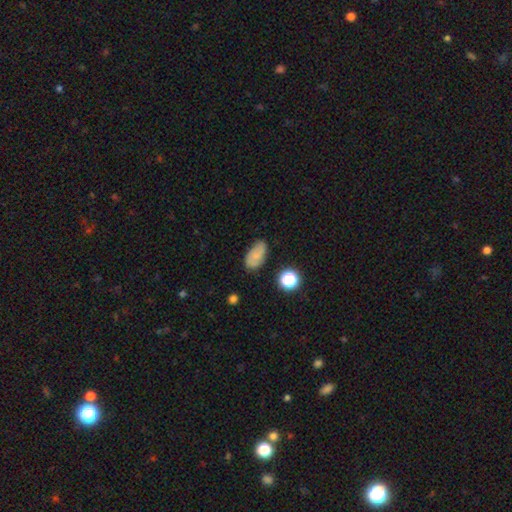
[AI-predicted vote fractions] The model was most divided on "smooth or featured": smooth: 62%, featured or disk: 26%, star or artifact: 12%. More confident: how rounded — in between (88%); merging — none (68%).